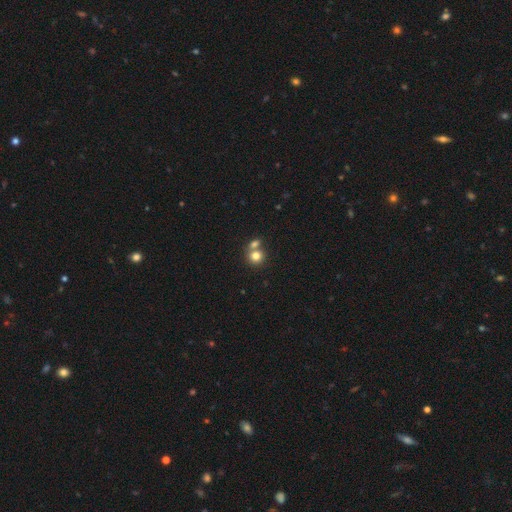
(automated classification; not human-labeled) A smooth galaxy with no disk features (79%) that is round (82%).

Vote fractions:
- Smooth or featured? smooth: 79% / star or artifact: 11% / featured or disk: 10%
- How rounded? round: 82% / in between: 17% / cigar-shaped: 1%
- Merging? merger: 47% / none: 44% / minor disturbance: 7% / major disturbance: 3%